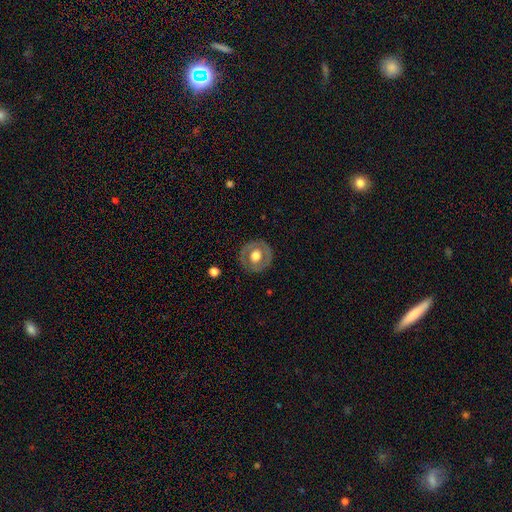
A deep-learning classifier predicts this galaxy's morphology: A smooth galaxy with no disk features (48%). Merging: none (85%).